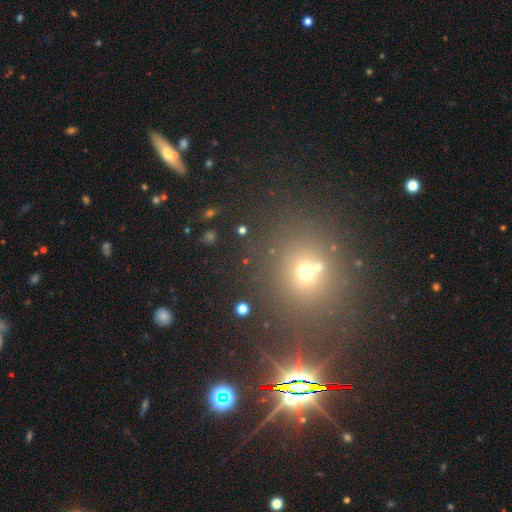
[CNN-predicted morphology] star or artifact 51%, smooth 38%, featured or disk 10%.